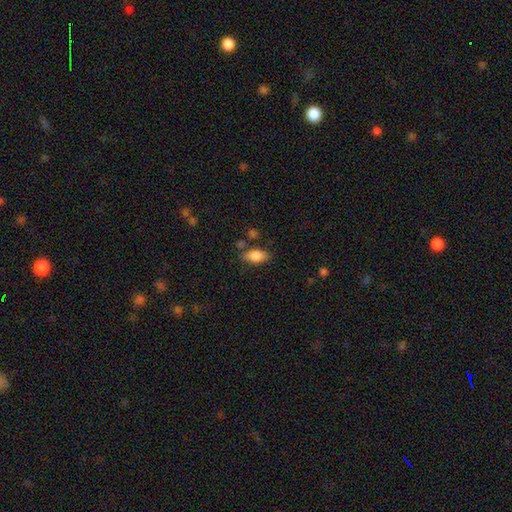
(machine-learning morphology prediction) Q: Smooth or featured?
A: smooth (81%); runner-up: featured or disk (11%)
Q: How rounded?
A: in between (88%); runner-up: cigar-shaped (7%)
Q: Merging?
A: none (73%); runner-up: minor disturbance (17%)